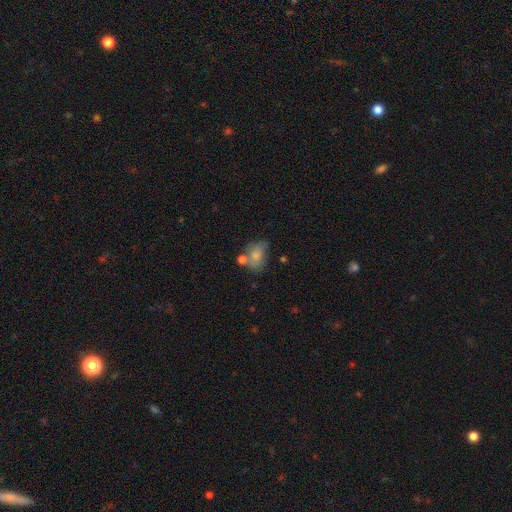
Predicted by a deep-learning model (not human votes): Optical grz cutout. It shows a smooth galaxy with no disk features (71%) that is in between round and cigar-shaped (69%). Merging: none (42%).